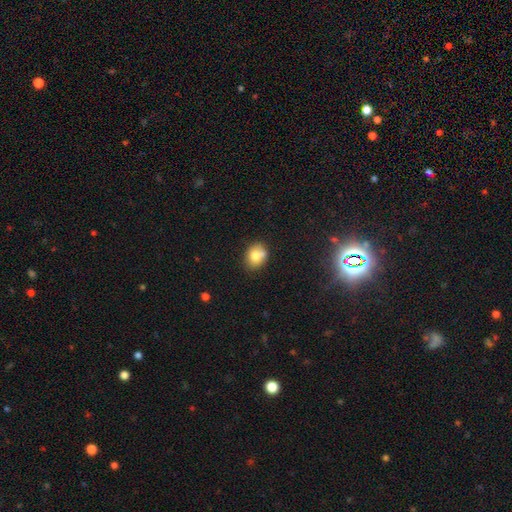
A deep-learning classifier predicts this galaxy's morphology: Smooth or featured: smooth — 76% (featured or disk — 14%)
How rounded: in between — 50% (round — 49%)
Merging: none — 62% (minor disturbance — 17%)